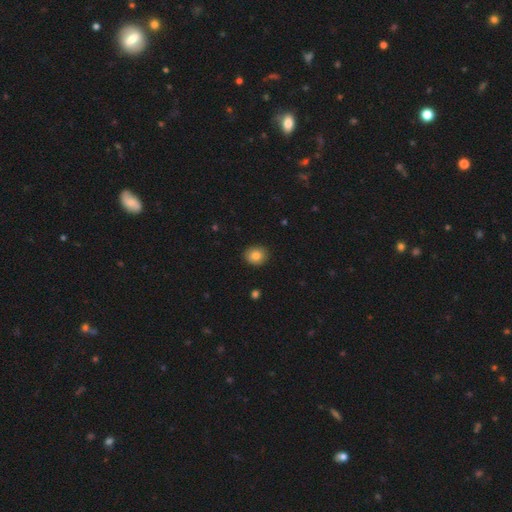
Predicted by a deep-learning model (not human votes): smooth-or-featured: smooth: 84% | star or artifact: 9% | featured or disk: 7%
  how-rounded: round: 72% | in between: 27% | cigar-shaped: 1%
  merging: none: 90% | minor disturbance: 7% | major disturbance: 2% | merger: 1%